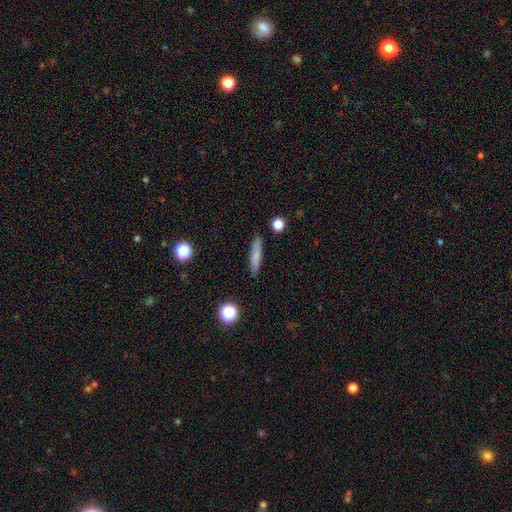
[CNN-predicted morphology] This is likely a smooth galaxy (78%). How rounded: clearly cigar-shaped (87%). Merging: clearly none (89%).